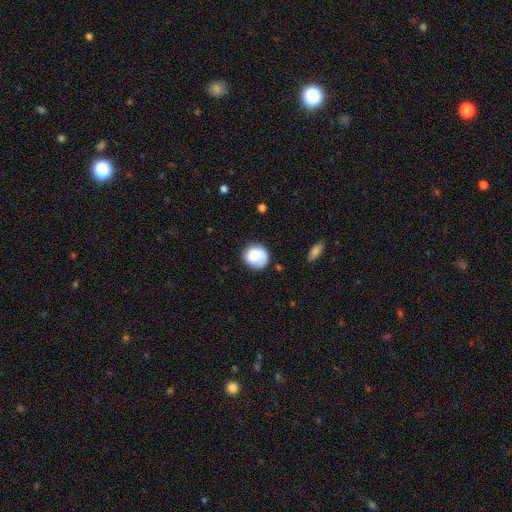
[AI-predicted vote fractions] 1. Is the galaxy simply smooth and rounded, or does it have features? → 79% smooth, 13% featured or disk, 8% star or artifact.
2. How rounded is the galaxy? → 84% round, 15% in between, 1% cigar-shaped.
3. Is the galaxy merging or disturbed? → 73% none, 19% minor disturbance, 6% major disturbance, 2% merger.